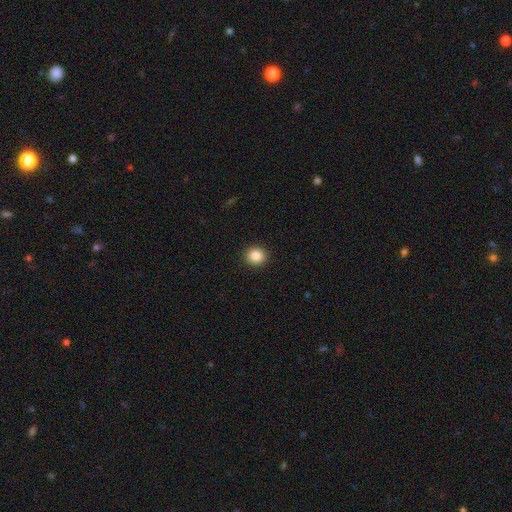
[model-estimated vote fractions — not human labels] This appears to be a smooth galaxy with no disk features (85%) that is round (87%). Merging: none (92%).